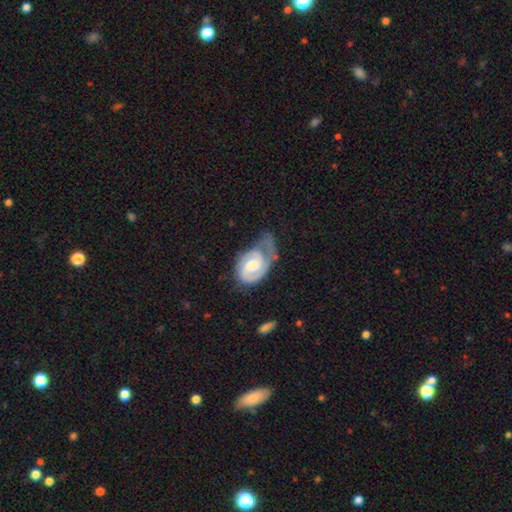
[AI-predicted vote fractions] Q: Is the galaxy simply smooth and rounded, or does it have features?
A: featured or disk — 76%.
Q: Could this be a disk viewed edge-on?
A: no — 97%.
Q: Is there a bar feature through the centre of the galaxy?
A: no — 52%.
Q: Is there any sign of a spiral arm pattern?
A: yes — 92%.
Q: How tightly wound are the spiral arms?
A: tight — 52%.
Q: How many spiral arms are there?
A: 2 — 49%.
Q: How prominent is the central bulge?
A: moderate — 52%.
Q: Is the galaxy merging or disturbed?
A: none — 35%.